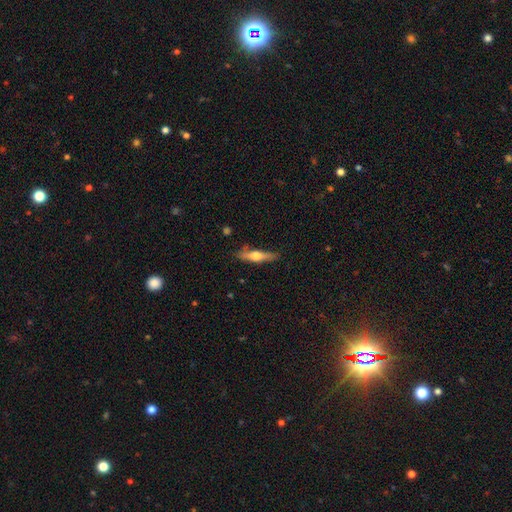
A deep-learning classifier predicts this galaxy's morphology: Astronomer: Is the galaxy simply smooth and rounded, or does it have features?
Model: featured or disk — 50% (runner-up: smooth, 44%).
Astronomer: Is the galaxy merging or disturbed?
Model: none — 79%.